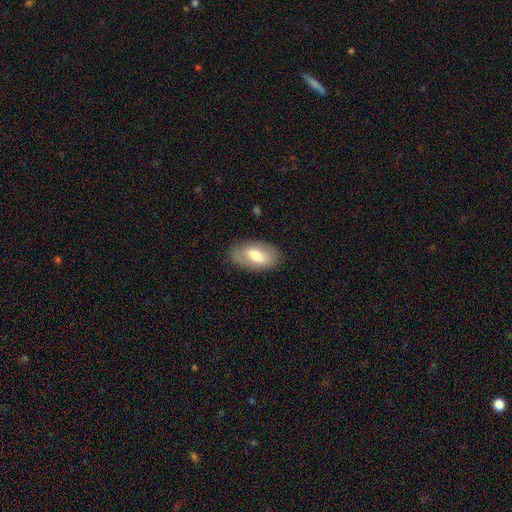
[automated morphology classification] This appears to be a smooth galaxy with no disk features (59%) that is in between round and cigar-shaped (93%). Merging: none (83%).